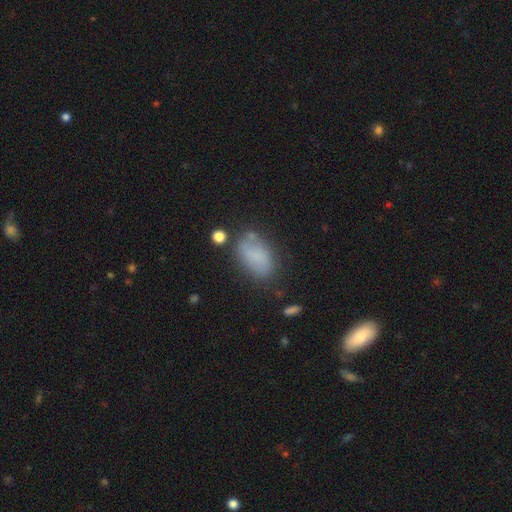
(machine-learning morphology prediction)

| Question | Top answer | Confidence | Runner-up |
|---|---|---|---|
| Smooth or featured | smooth | 73% | featured or disk (17%) |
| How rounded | in between | 90% | round (7%) |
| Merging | none | 57% | minor disturbance (25%) |